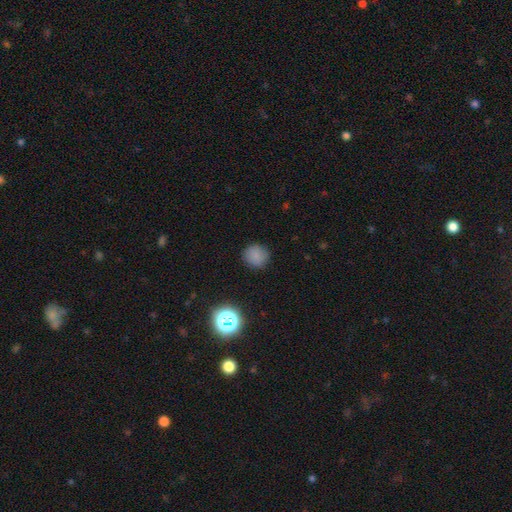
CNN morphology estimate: Smooth or featured? smooth (81%)
How rounded? round (91%)
Merging? none (89%)